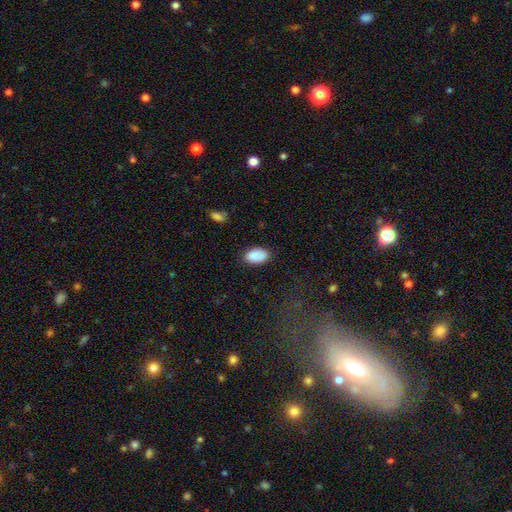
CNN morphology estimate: A smooth galaxy with no disk features (86%) that is in between round and cigar-shaped (94%). Merging: none (76%).